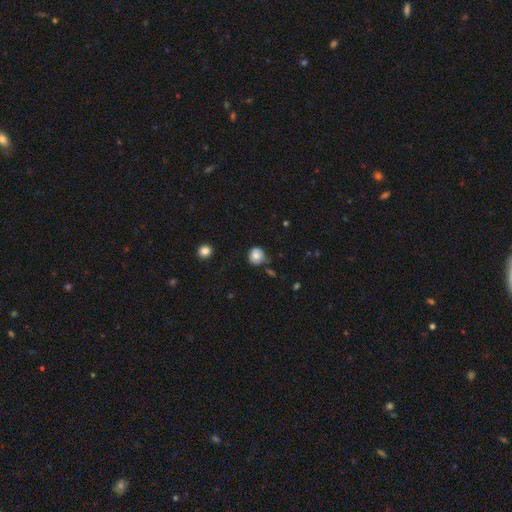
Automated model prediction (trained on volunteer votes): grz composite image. It shows a smooth galaxy with no disk features (78%) that is round (91%). Merging: none (74%).